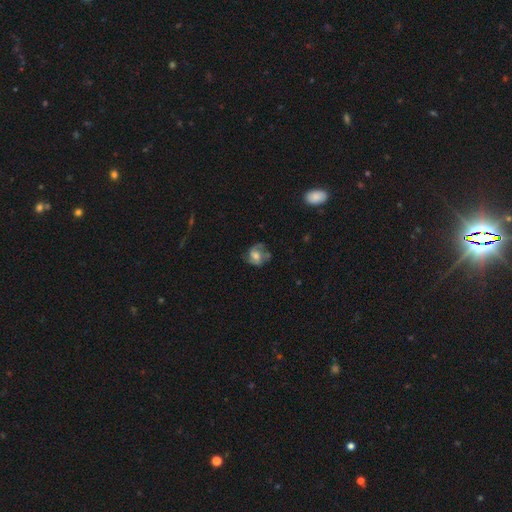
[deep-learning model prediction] Smooth or featured? featured or disk (55%)
Edge-on disk? no (97%)
Bar? no (59%)
Spiral arms? yes (76%)
Bulge size? moderate (56%)
Merging? none (56%)